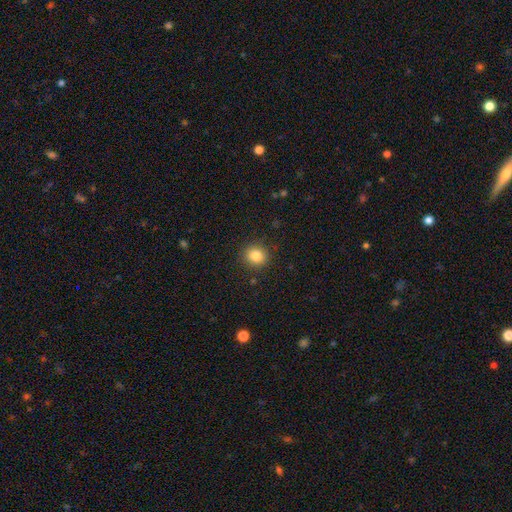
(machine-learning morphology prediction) Smooth or featured: smooth — 84% (star or artifact — 11%)
How rounded: round — 87% (in between — 13%)
Merging: none — 89% (minor disturbance — 7%)